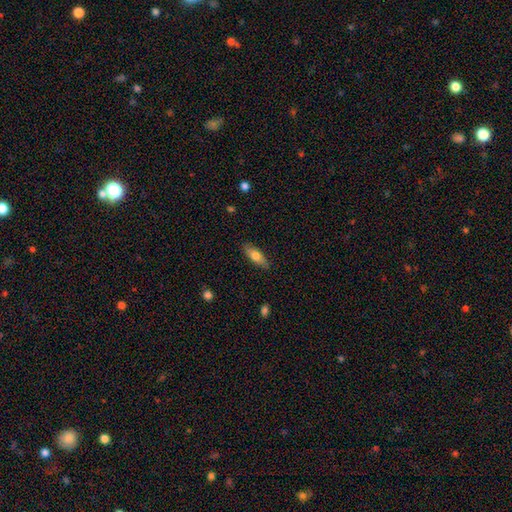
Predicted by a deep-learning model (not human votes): Smooth or featured? smooth (69%)
How rounded? in between (59%)
Merging? none (87%)